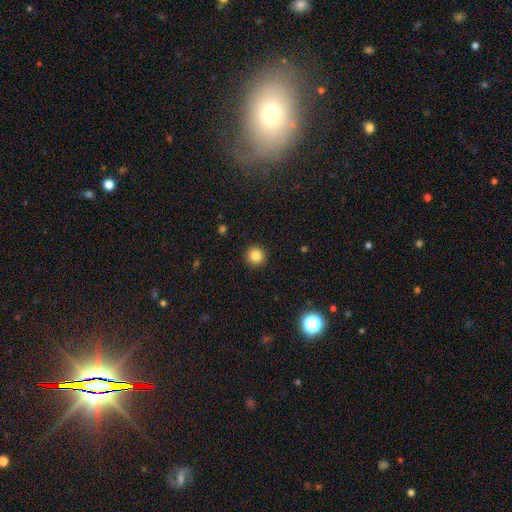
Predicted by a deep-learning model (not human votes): Overall: smooth (83%). How rounded: round (96%). Merging: none (93%).